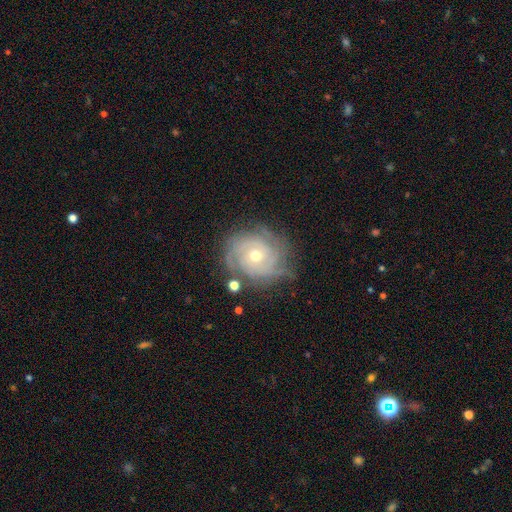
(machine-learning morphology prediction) The model was most divided on "spiral arm count": can't tell: 30%, 3: 27%, 2: 18%, 4: 13%, more than 4: 7%, 1: 6%. More confident: edge-on disk — no (97%); spiral arms — yes (95%); smooth or featured — featured or disk (84%); bar — no (79%); spiral winding — tight (76%); merging — none (72%); bulge size — moderate (55%).